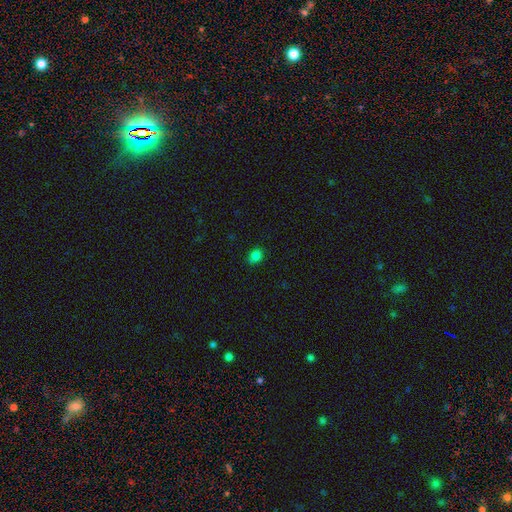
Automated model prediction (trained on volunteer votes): Morphology: type=smooth (81%); roundness=in between (55%); merging=none (80%).